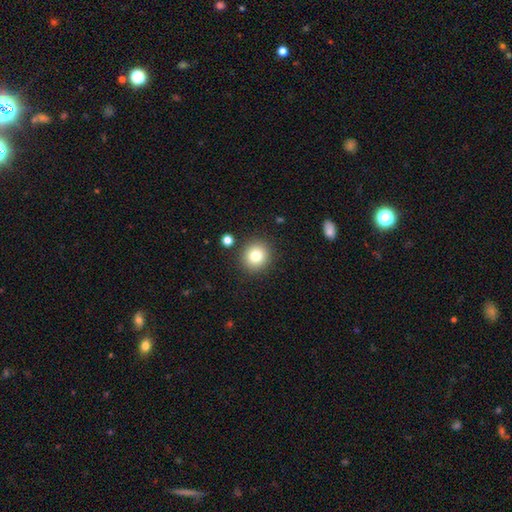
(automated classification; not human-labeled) The model was most divided on "smooth or featured": smooth: 80%, star or artifact: 11%, featured or disk: 9%. More confident: how rounded — round (89%); merging — none (88%).